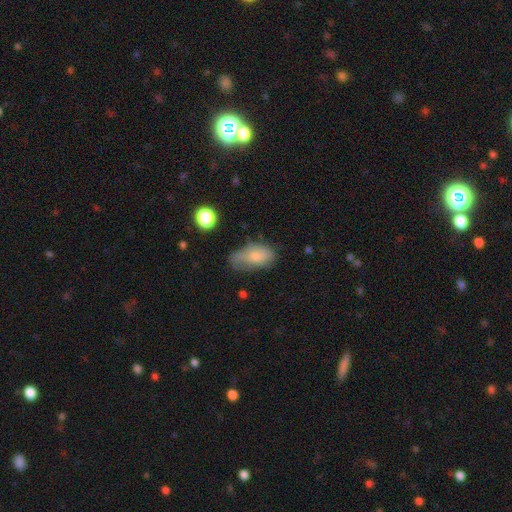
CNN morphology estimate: smooth-or-featured: smooth: 71% | featured or disk: 20% | star or artifact: 9%
  how-rounded: in between: 90% | round: 6% | cigar-shaped: 4%
  merging: none: 45% | minor disturbance: 36% | major disturbance: 16% | merger: 3%